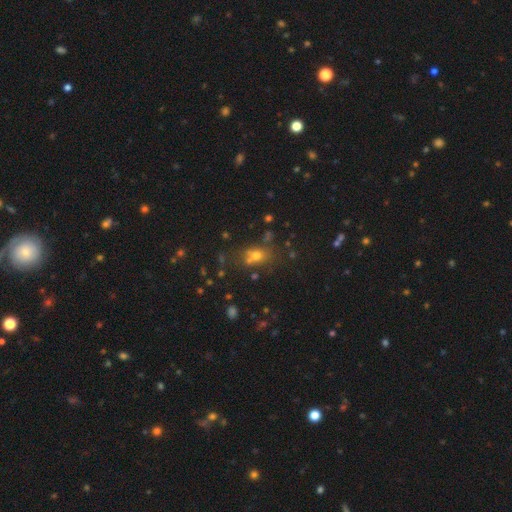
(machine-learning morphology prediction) smooth_or_featured: smooth (p=0.59) [alt: star or artifact p=0.27]
how_rounded: round (p=0.54) [alt: in between p=0.43]
merging: none (p=0.61) [alt: merger p=0.19]